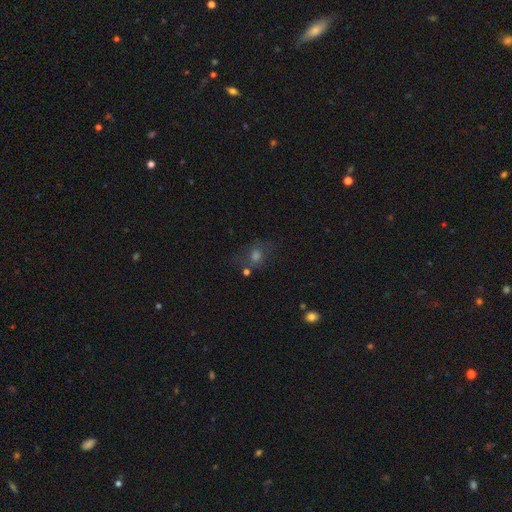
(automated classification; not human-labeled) A smooth galaxy with no disk features (51%) that is round (62%).

Vote fractions:
- Smooth or featured? smooth: 51% / star or artifact: 30% / featured or disk: 19%
- How rounded? round: 62% / in between: 35% / cigar-shaped: 2%
- Merging? none: 64% / minor disturbance: 17% / major disturbance: 11% / merger: 8%